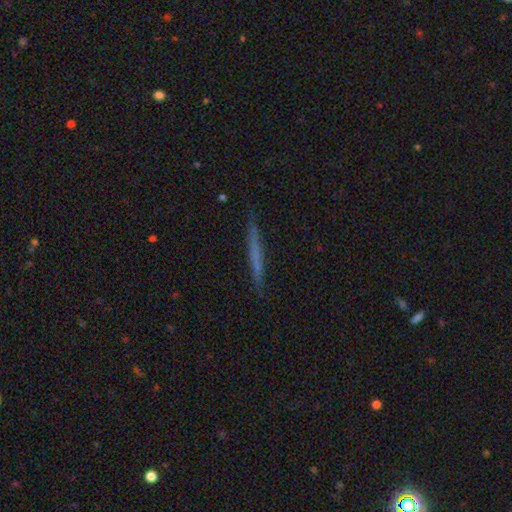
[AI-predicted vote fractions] This appears to be a smooth galaxy with no disk features (48%). Merging: none (90%).